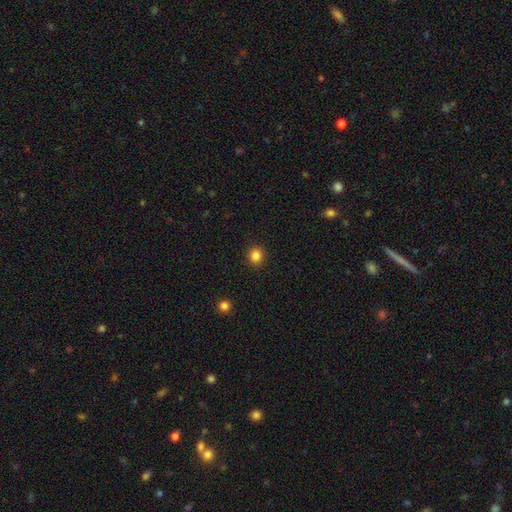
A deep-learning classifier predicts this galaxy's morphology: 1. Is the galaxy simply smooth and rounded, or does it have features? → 84% smooth, 12% star or artifact, 4% featured or disk.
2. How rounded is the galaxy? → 80% round, 19% in between, 1% cigar-shaped.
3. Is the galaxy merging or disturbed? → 91% none, 6% minor disturbance, 2% major disturbance, 1% merger.